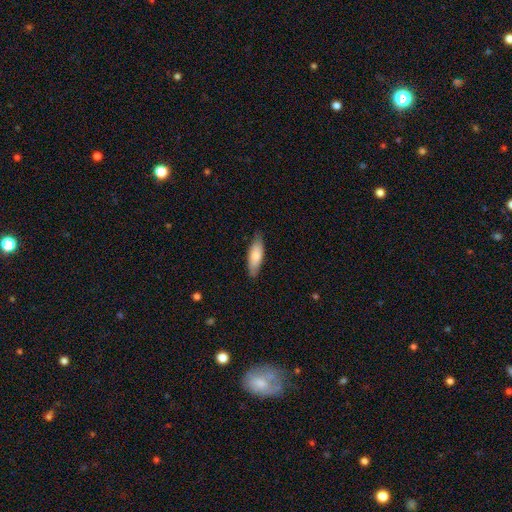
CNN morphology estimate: type=smooth (79%); roundness=in between (61%); merging=none (82%).